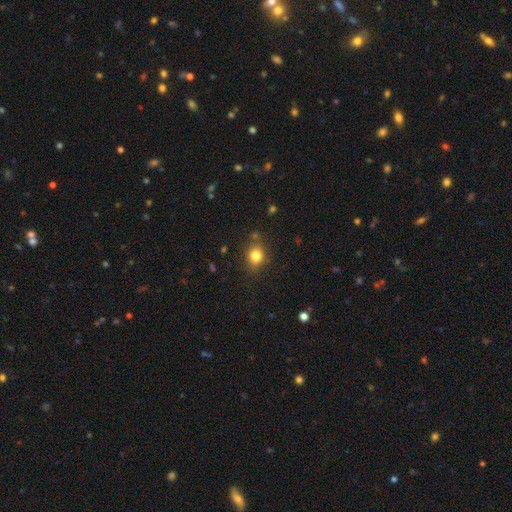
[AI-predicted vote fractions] smooth_or_featured: smooth (p=0.81) [alt: star or artifact p=0.11]
how_rounded: round (p=0.55) [alt: in between p=0.44]
merging: none (p=0.81) [alt: minor disturbance p=0.13]